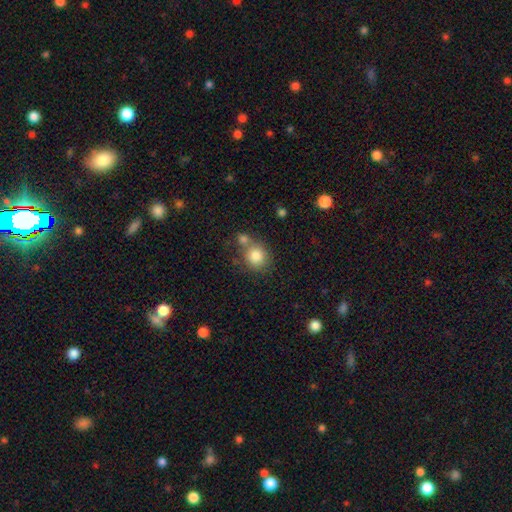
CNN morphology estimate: A smooth galaxy with no disk features (83%) that is round (83%).

Vote fractions:
- Smooth or featured? smooth: 83% / star or artifact: 9% / featured or disk: 8%
- How rounded? round: 83% / in between: 16% / cigar-shaped: 1%
- Merging? none: 53% / merger: 31% / minor disturbance: 12% / major disturbance: 5%